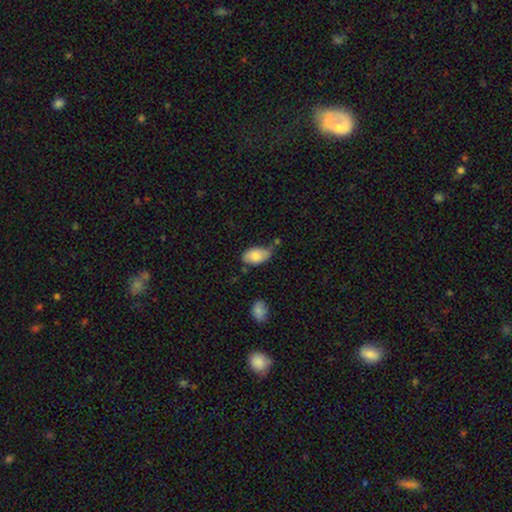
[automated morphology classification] Overall: smooth (80%). How rounded: in between (94%). Merging: none (54%; minor disturbance 32%).